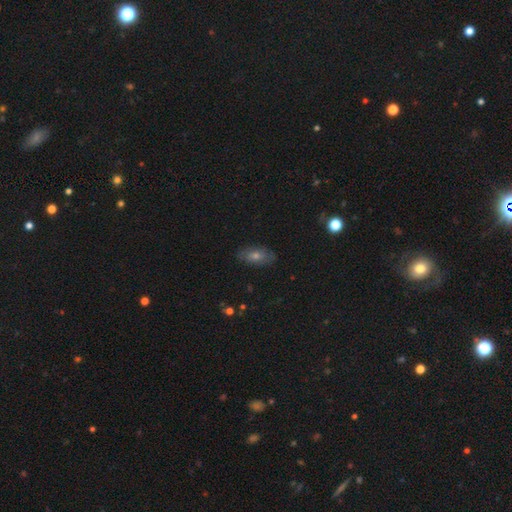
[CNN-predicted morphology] smooth-or-featured: smooth: 49% | featured or disk: 34% | star or artifact: 17%
  merging: none: 83% | minor disturbance: 13% | major disturbance: 3% | merger: 1%